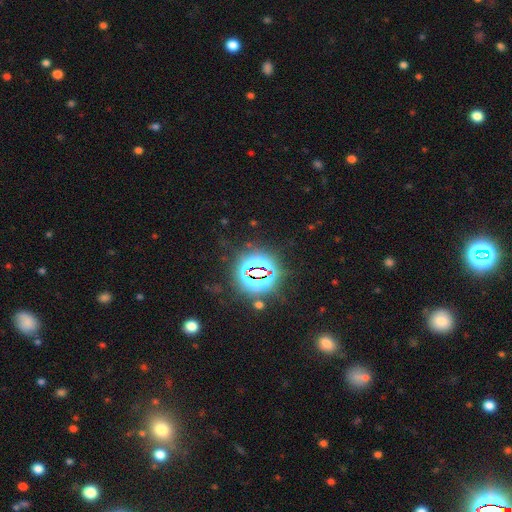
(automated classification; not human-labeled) A star or artifact, not a galaxy (79%).